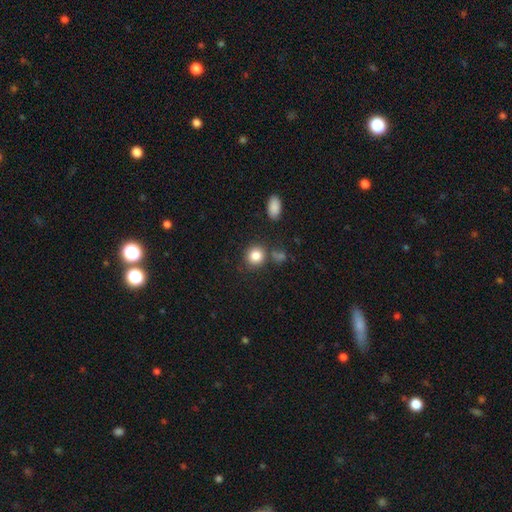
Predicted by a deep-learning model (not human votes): Q: Smooth or featured?
A: smooth (85%); runner-up: star or artifact (10%)
Q: How rounded?
A: round (82%); runner-up: in between (17%)
Q: Merging?
A: none (75%); runner-up: minor disturbance (12%)